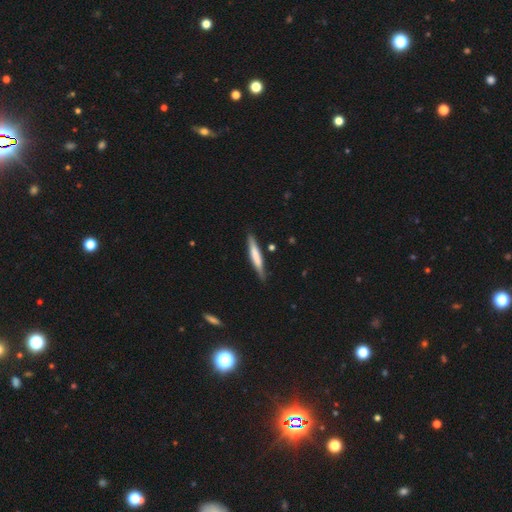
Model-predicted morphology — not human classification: A smooth galaxy with no disk features (61%) that is cigar-shaped (93%).

Vote fractions:
- Smooth or featured? smooth: 61% / featured or disk: 34% / star or artifact: 5%
- How rounded? cigar-shaped: 93% / in between: 6% / round: 1%
- Merging? none: 81% / minor disturbance: 14% / major disturbance: 2% / merger: 2%